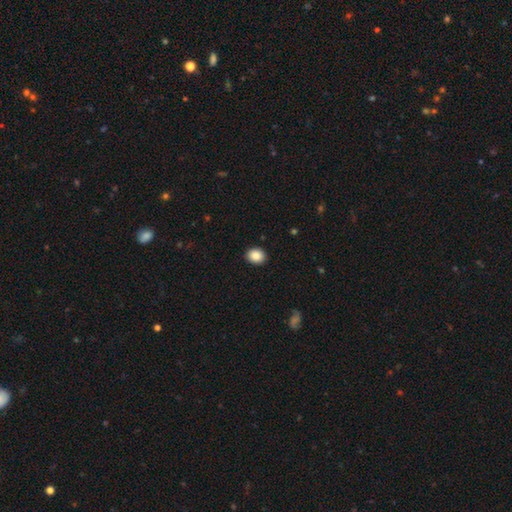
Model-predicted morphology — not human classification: Q: Smooth or featured?
A: smooth (88%); runner-up: star or artifact (8%)
Q: How rounded?
A: round (53%); runner-up: in between (47%)
Q: Merging?
A: none (91%); runner-up: minor disturbance (6%)